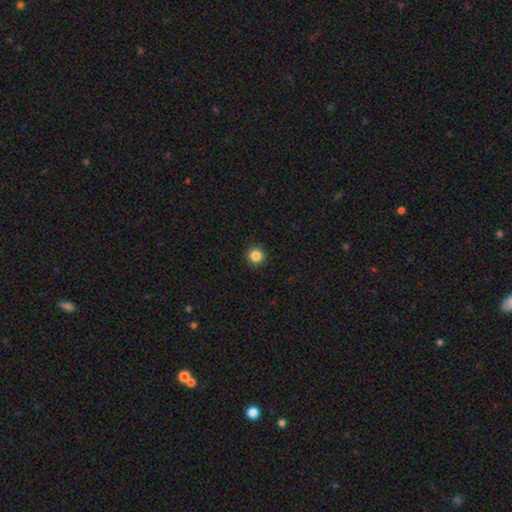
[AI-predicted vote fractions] smooth 86%, star or artifact 11%, featured or disk 4%. Down the decision tree: how rounded — round (94%); merging — none (92%).